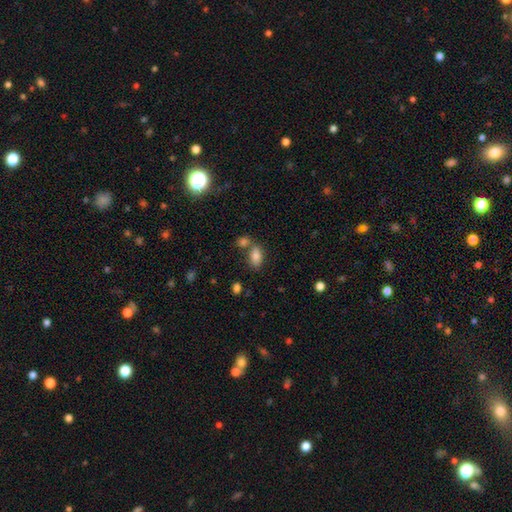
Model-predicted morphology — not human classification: Smooth or featured: smooth — 84% (star or artifact — 9%)
How rounded: in between — 91% (round — 6%)
Merging: none — 57% (merger — 26%)